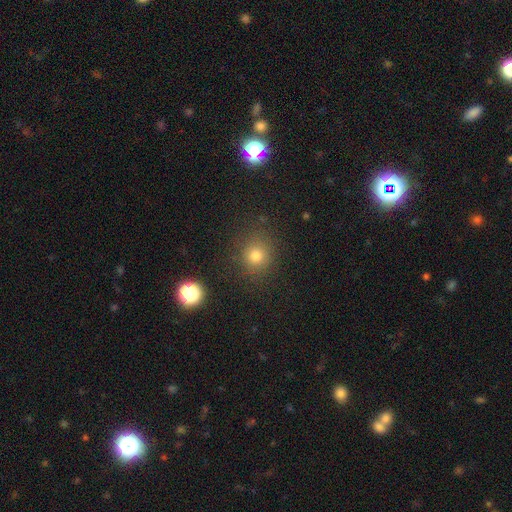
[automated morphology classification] type=smooth (76%); roundness=round (89%); merging=none (85%).